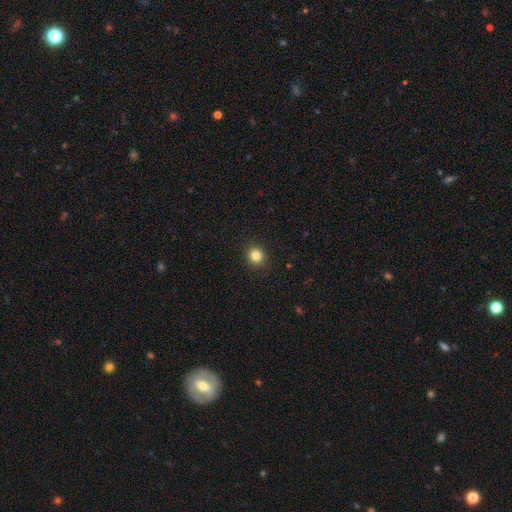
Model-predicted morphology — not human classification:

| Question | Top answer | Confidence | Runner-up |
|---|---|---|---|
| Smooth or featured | smooth | 83% | star or artifact (12%) |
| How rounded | round | 89% | in between (10%) |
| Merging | none | 92% | minor disturbance (5%) |